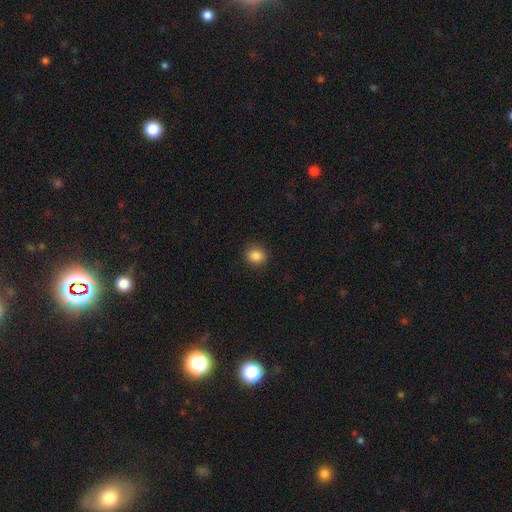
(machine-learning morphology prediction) This is clearly a smooth galaxy (87%). How rounded: likely round (67%). Merging: clearly none (89%).